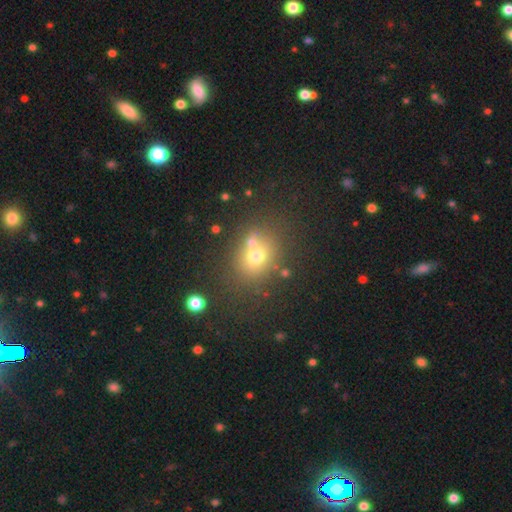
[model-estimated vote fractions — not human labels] smooth 65%, star or artifact 19%, featured or disk 17%. Down the decision tree: how rounded — round (63%); merging — none (58%).